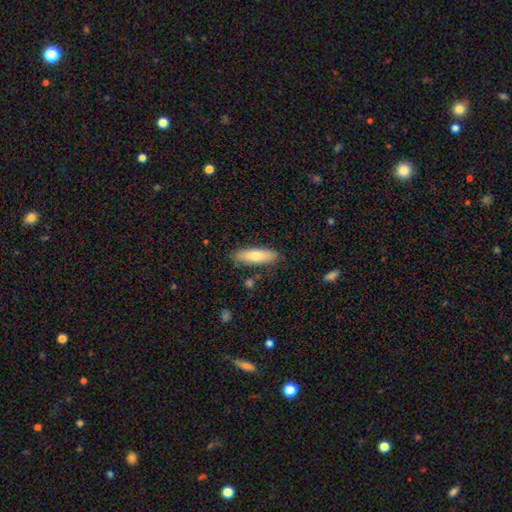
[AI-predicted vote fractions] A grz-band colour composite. It shows a smooth galaxy with no disk features (74%) that is cigar-shaped (54%). Merging: none (83%).